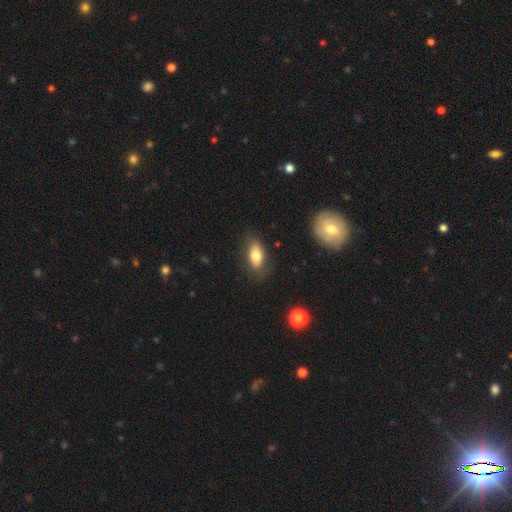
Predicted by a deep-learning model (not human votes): A smooth galaxy with no disk features (75%) that is in between round and cigar-shaped (88%). Merging: none (79%).